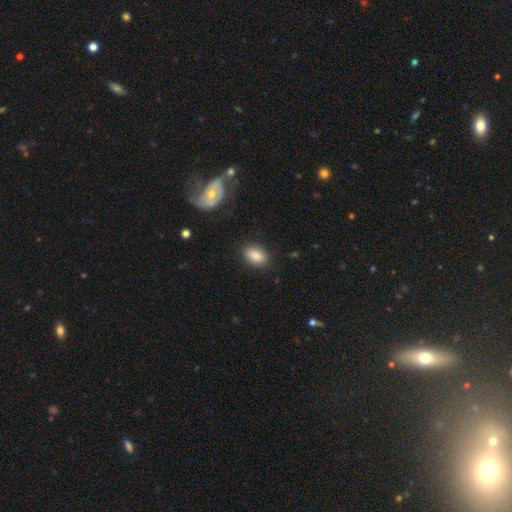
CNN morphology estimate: The model was most divided on "how rounded": in between: 78%, round: 21%, cigar-shaped: 1%. More confident: smooth or featured — smooth (85%); merging — none (85%).